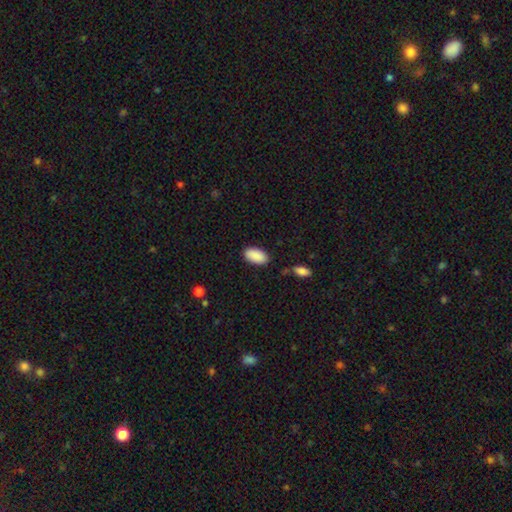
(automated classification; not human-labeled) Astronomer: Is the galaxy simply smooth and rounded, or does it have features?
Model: smooth — 90%.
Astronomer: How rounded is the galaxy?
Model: in between — 95%.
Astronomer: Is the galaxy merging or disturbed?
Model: none — 82%.